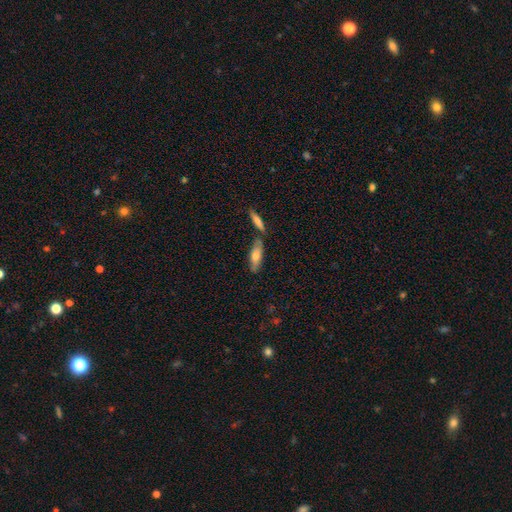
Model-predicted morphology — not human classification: Smooth or featured? smooth (66%)
How rounded? in between (49%, tied with cigar-shaped)
Merging? none (65%)